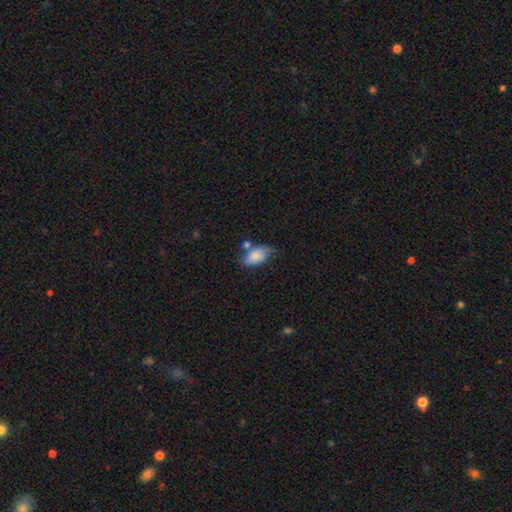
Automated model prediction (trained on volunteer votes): Smooth or featured? smooth (79%)
How rounded? in between (92%)
Merging? none (54%)